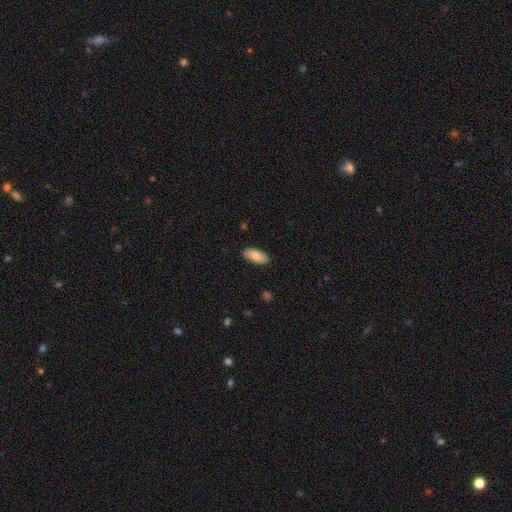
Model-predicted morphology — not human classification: Overall: smooth (82%). How rounded: in between (87%). Merging: none (87%).